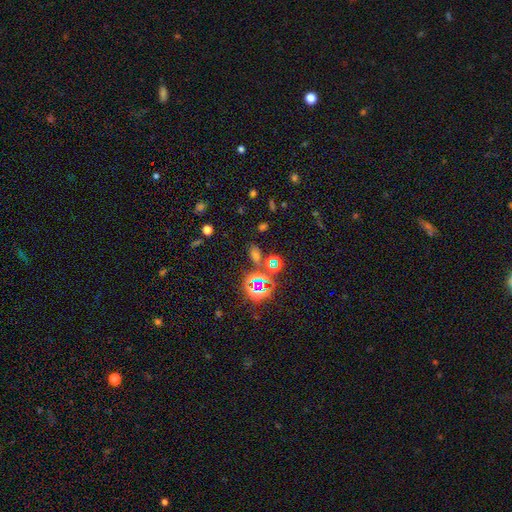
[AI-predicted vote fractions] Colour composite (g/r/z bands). It shows a star or artifact, not a galaxy (55%).